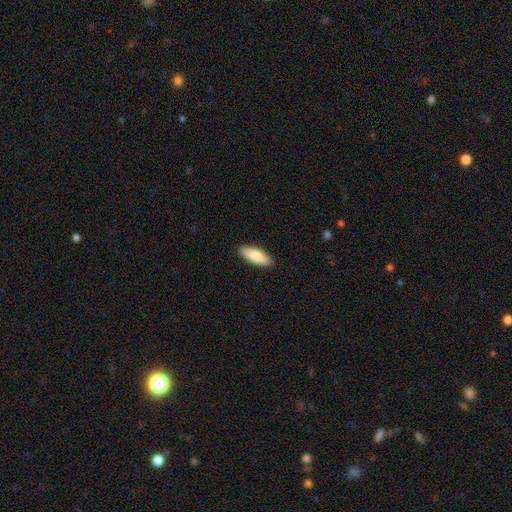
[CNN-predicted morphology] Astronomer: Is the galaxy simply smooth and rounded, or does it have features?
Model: smooth — 82%.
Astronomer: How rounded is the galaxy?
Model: in between — 69%.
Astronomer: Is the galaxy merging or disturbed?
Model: none — 89%.